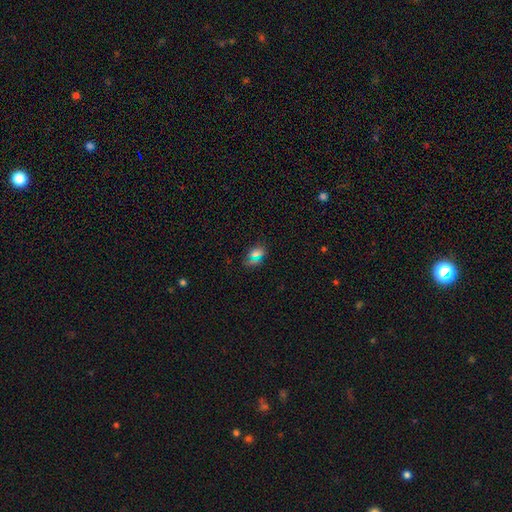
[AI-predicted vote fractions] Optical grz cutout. It shows a smooth galaxy with no disk features (64%) that is in between round and cigar-shaped (73%). Merging: none (80%).